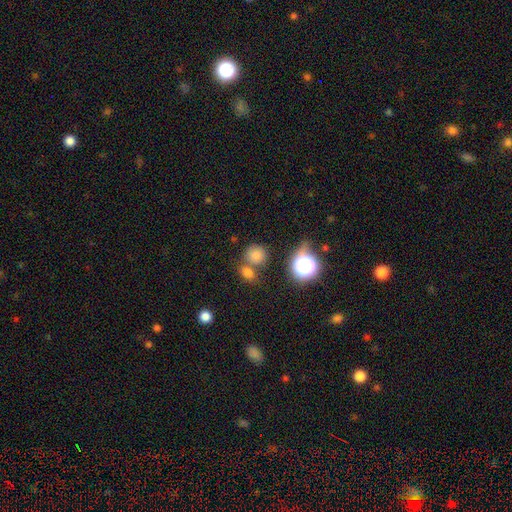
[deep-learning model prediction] smooth-or-featured: smooth: 76% | star or artifact: 18% | featured or disk: 7%
  how-rounded: round: 84% | in between: 14% | cigar-shaped: 1%
  merging: none: 60% | merger: 26% | minor disturbance: 10% | major disturbance: 4%